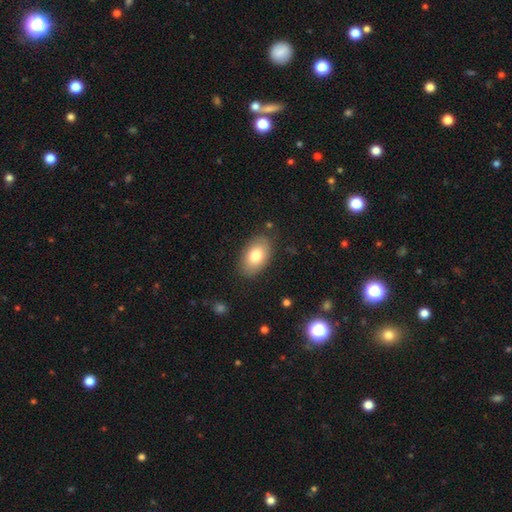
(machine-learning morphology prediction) Smooth or featured? smooth (78%)
How rounded? in between (92%)
Merging? none (83%)